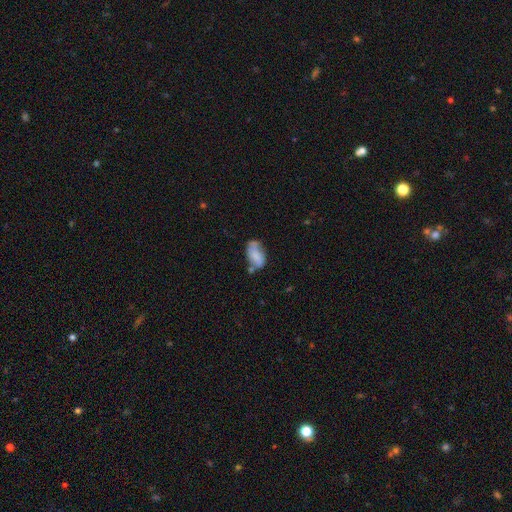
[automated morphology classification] Smooth or featured?
  - smooth: 63% *
  - featured or disk: 29%
  - star or artifact: 8%
How rounded?
  - in between: 91% *
  - round: 5%
  - cigar-shaped: 4%
Merging?
  - none: 42% *
  - minor disturbance: 29%
  - merger: 15%
  - major disturbance: 13%